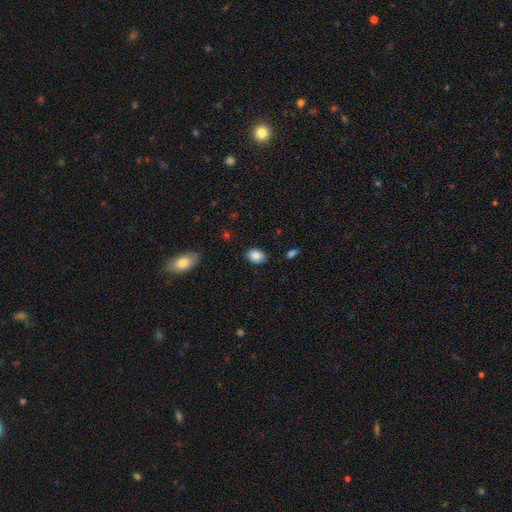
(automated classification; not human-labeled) Morphology: type=smooth (87%); roundness=in between (75%); merging=none (82%).